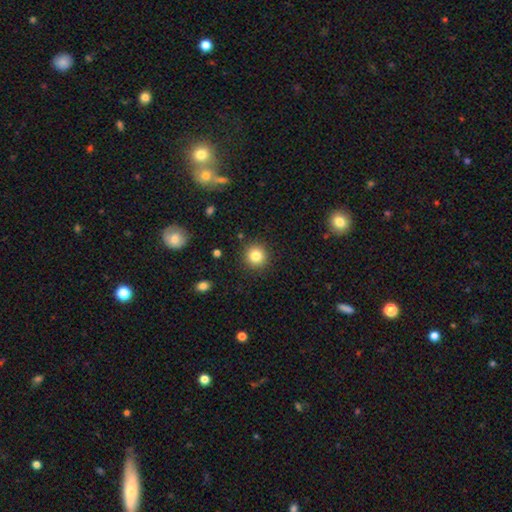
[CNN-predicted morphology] Smooth or featured? Predicted: smooth (p=0.82). How rounded? Predicted: round (p=0.93). Merging? Predicted: none (p=0.90).